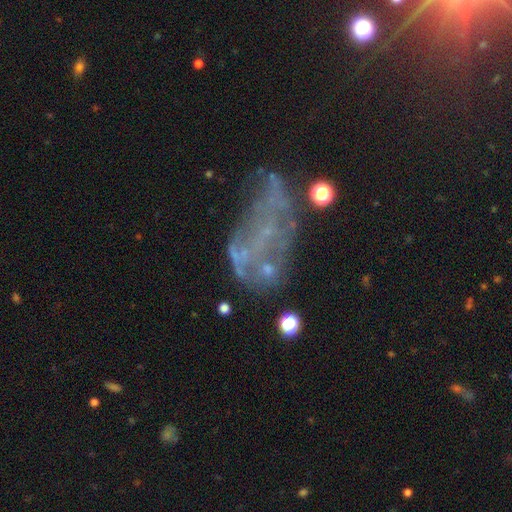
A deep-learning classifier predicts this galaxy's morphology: Q: Smooth or featured?
A: featured or disk (58%); runner-up: star or artifact (23%)
Q: Edge-on disk?
A: no (95%); runner-up: yes (5%)
Q: Bar?
A: no (79%); runner-up: weak (14%)
Q: Spiral arms?
A: no (75%); runner-up: yes (25%)
Q: Bulge size?
A: none (68%); runner-up: small (26%)
Q: Merging?
A: major disturbance (37%); runner-up: none (32%)